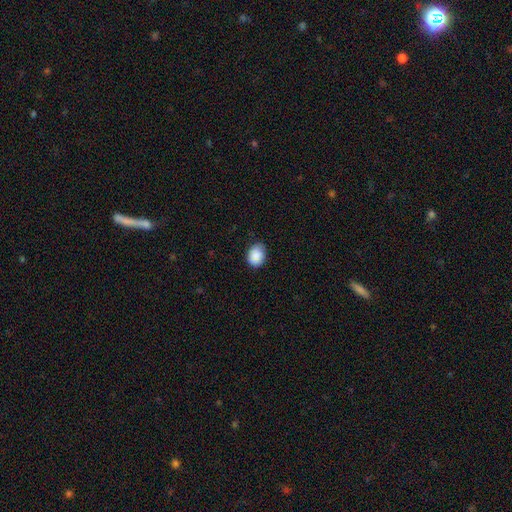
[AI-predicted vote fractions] A smooth galaxy with no disk features (89%) that is in between round and cigar-shaped (64%).

Vote fractions:
- Smooth or featured? smooth: 89% / star or artifact: 7% / featured or disk: 4%
- How rounded? in between: 64% / round: 35% / cigar-shaped: 1%
- Merging? none: 77% / minor disturbance: 19% / major disturbance: 3% / merger: 1%